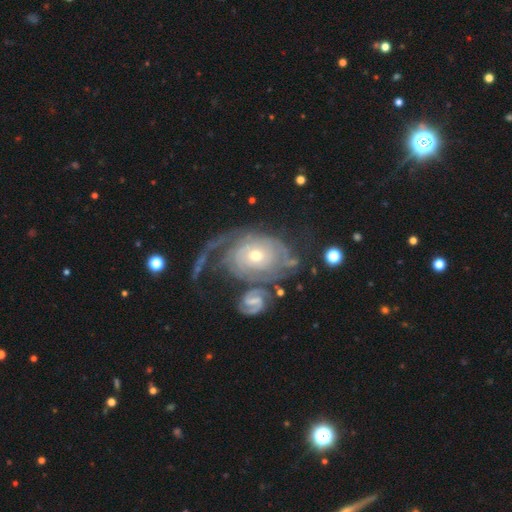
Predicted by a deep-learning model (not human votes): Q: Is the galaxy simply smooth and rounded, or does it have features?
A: featured or disk — 82%.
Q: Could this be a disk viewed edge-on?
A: no — 96%.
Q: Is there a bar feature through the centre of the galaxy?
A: no — 77%.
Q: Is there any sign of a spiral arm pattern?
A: yes — 89%.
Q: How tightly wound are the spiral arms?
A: tight — 57%.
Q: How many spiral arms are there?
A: can't tell — 38%.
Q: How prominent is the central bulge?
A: moderate — 50%.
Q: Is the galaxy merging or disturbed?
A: none — 35%.